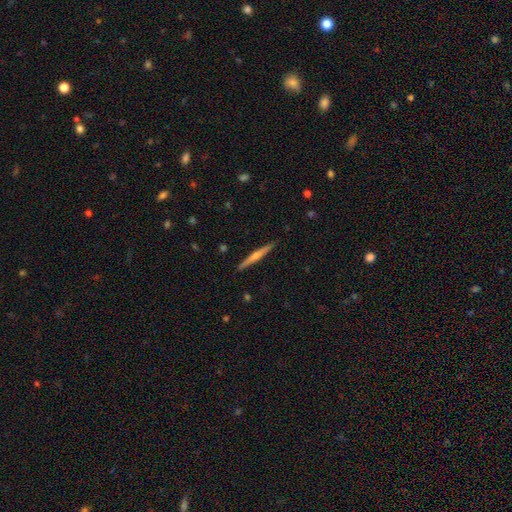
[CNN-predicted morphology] This appears to be a featured or disk galaxy (62%) viewed edge-on (98%) with a rounded central bulge (74%). Merging: none (91%).